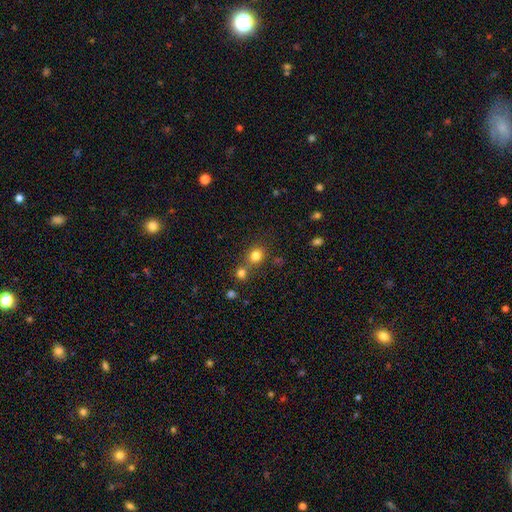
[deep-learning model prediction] A smooth galaxy with no disk features (79%) that is round (74%). Merging: none (57%).